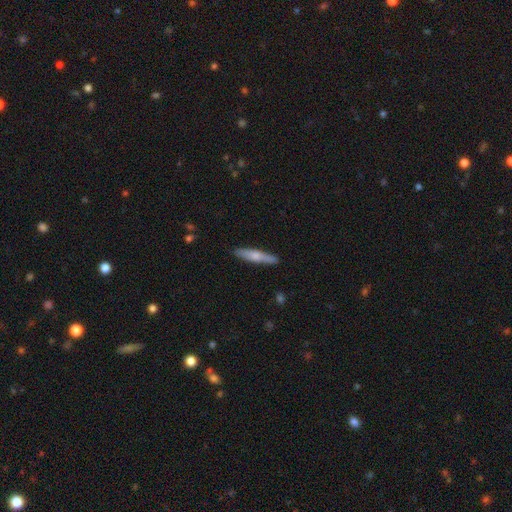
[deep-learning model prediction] This appears to be a smooth galaxy with no disk features (56%) that is cigar-shaped (88%). Merging: none (88%).